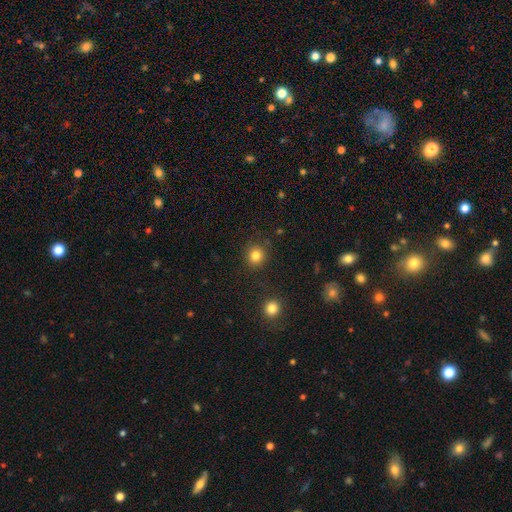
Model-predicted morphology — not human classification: smooth 82%, star or artifact 12%, featured or disk 5%. Down the decision tree: how rounded — round (87%); merging — none (87%).